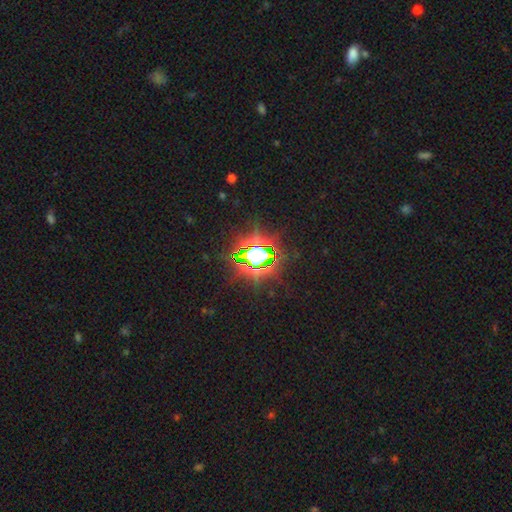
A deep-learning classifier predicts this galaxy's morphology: This is likely a star or artifact rather than a galaxy (79%).